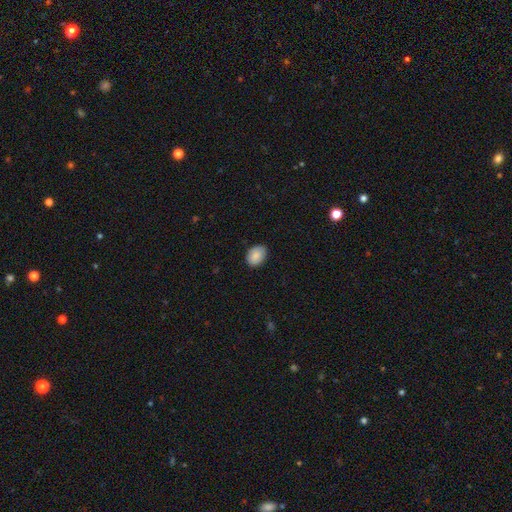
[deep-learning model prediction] The model was most divided on "how rounded": in between: 72%, round: 27%, cigar-shaped: 1%. More confident: smooth or featured — smooth (87%); merging — none (85%).